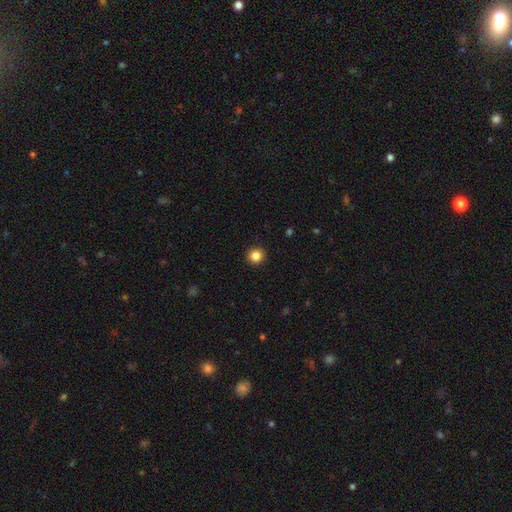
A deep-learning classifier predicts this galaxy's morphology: type=smooth (84%); roundness=round (95%); merging=none (93%).